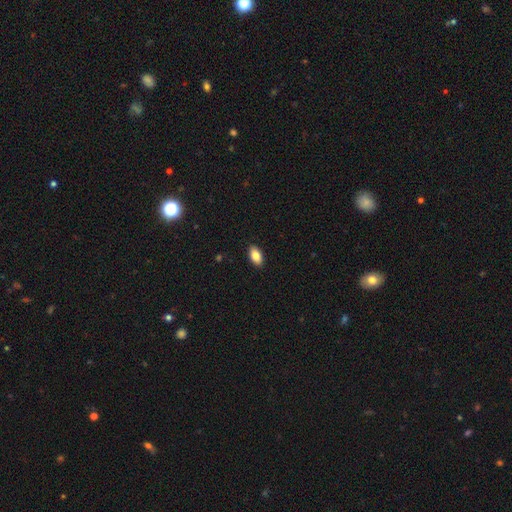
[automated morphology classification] A smooth galaxy with no disk features (84%) that is in between round and cigar-shaped (93%).

Vote fractions:
- Smooth or featured? smooth: 84% / featured or disk: 9% / star or artifact: 7%
- How rounded? in between: 93% / round: 4% / cigar-shaped: 3%
- Merging? none: 90% / minor disturbance: 7% / major disturbance: 2% / merger: 1%